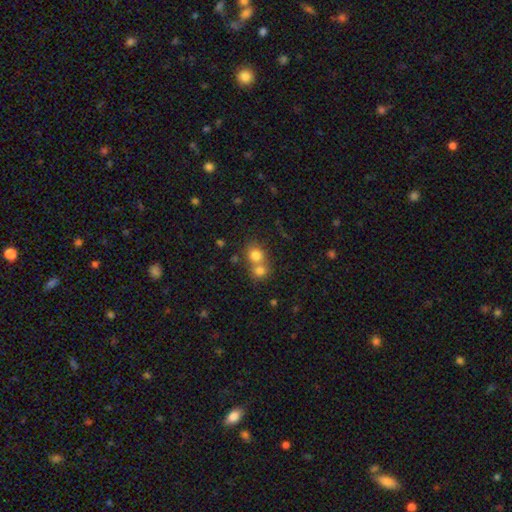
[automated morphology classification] Smooth or featured?
  - smooth: 78% *
  - star or artifact: 12%
  - featured or disk: 10%
How rounded?
  - round: 79% *
  - in between: 20%
  - cigar-shaped: 1%
Merging?
  - merger: 56% *
  - none: 36%
  - minor disturbance: 6%
  - major disturbance: 3%